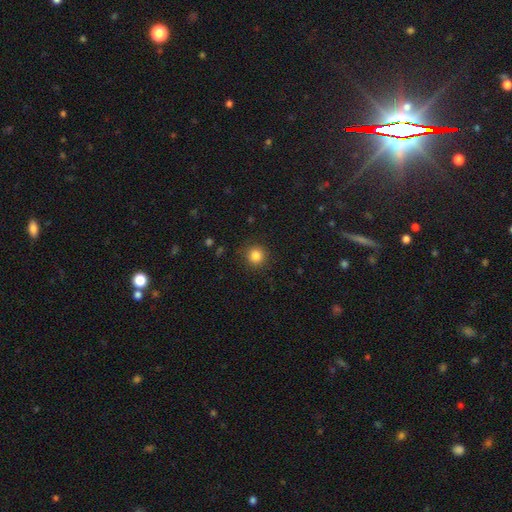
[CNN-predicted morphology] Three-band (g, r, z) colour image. It shows a smooth galaxy with no disk features (84%) that is round (94%). Merging: none (90%).